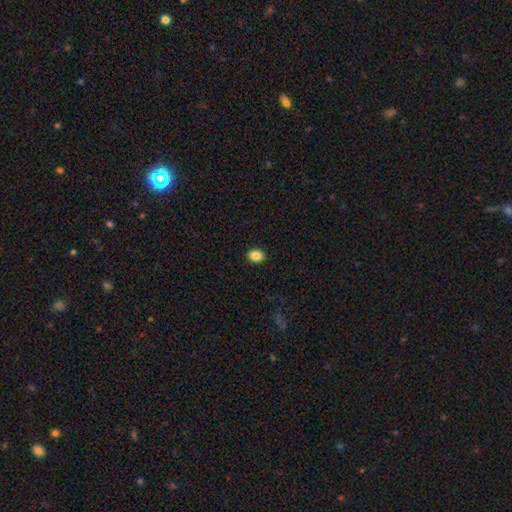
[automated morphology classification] Smooth or featured?
  - smooth: 87% *
  - star or artifact: 9%
  - featured or disk: 4%
How rounded?
  - in between: 61% *
  - round: 38%
  - cigar-shaped: 1%
Merging?
  - none: 90% *
  - minor disturbance: 7%
  - major disturbance: 2%
  - merger: 1%